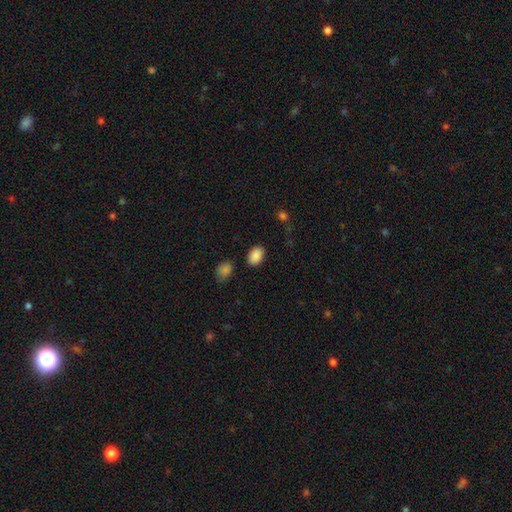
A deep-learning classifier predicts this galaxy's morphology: Smooth or featured?
  - smooth: 89% *
  - star or artifact: 8%
  - featured or disk: 4%
How rounded?
  - in between: 85% *
  - round: 14%
  - cigar-shaped: 1%
Merging?
  - none: 84% *
  - minor disturbance: 10%
  - merger: 3%
  - major disturbance: 3%